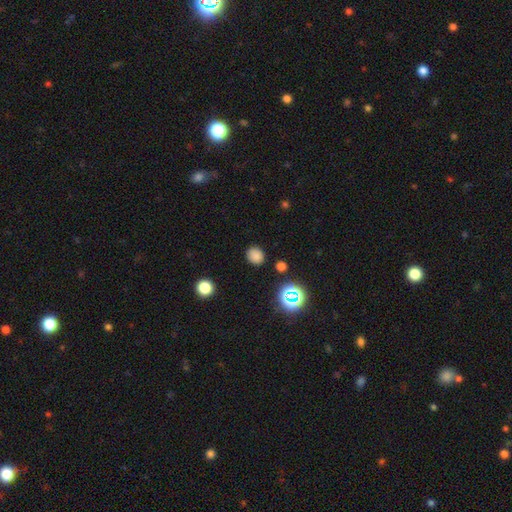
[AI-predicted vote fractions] Morphology: type=smooth (76%); roundness=round (71%); merging=none (85%).